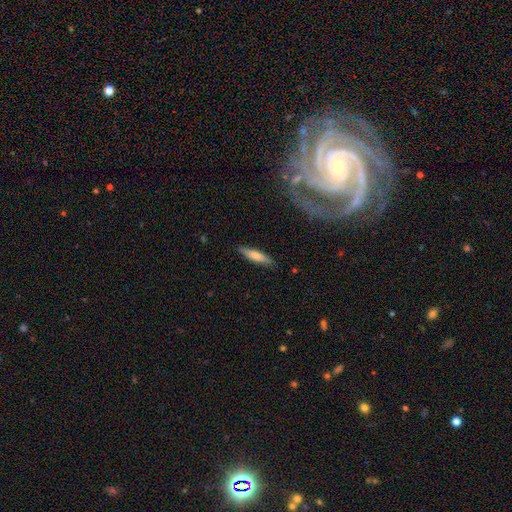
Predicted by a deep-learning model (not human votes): smooth_or_featured: smooth (p=0.68) [alt: featured or disk p=0.26]
how_rounded: cigar-shaped (p=0.79) [alt: in between p=0.20]
merging: none (p=0.86) [alt: minor disturbance p=0.10]